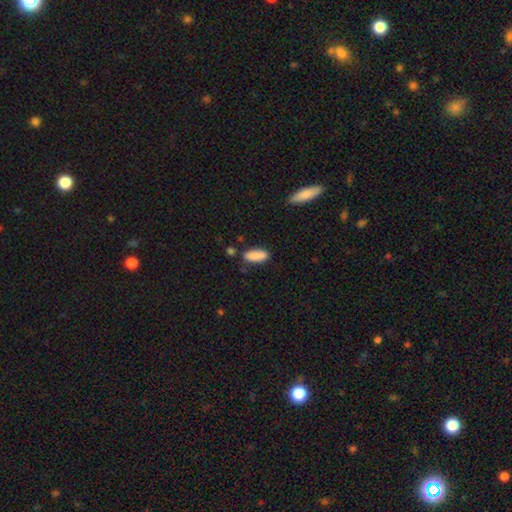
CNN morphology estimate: The model was most divided on "how rounded": in between: 74%, cigar-shaped: 24%, round: 2%. More confident: smooth or featured — smooth (89%); merging — none (78%).